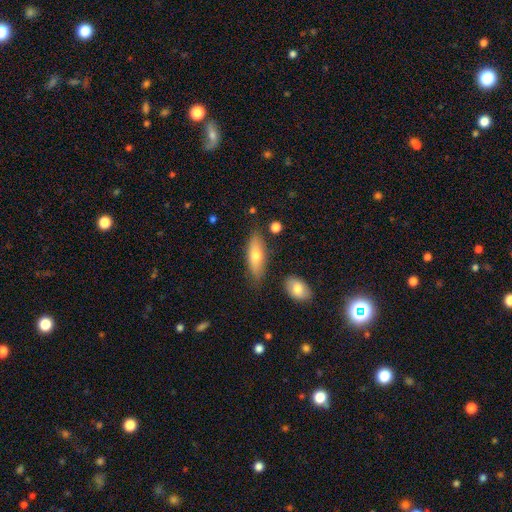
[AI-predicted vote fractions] Overall: smooth (65%; featured or disk 28%). How rounded: in between (58%; cigar-shaped 40%). Merging: none (77%).